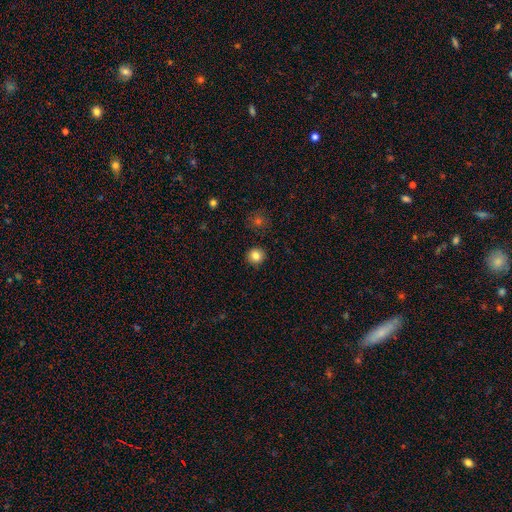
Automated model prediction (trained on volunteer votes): Morphology: type=smooth (83%); roundness=round (90%); merging=none (91%).